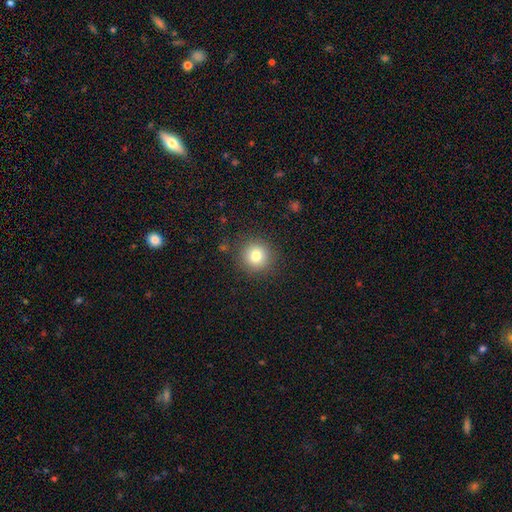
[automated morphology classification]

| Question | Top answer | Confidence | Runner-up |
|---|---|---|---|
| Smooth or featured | smooth | 80% | star or artifact (12%) |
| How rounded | round | 93% | in between (6%) |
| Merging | none | 88% | minor disturbance (8%) |